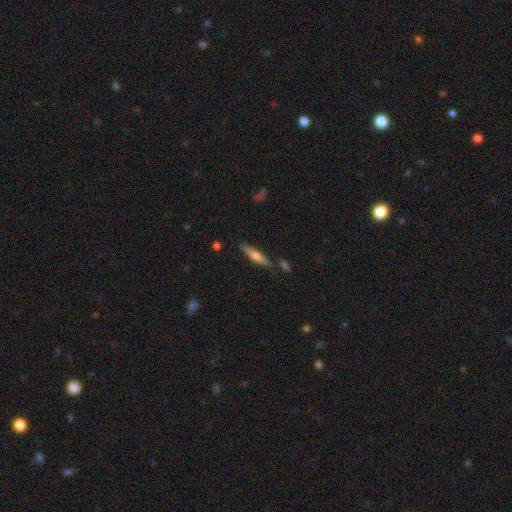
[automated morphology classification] smooth 50%, featured or disk 44%, star or artifact 6%. Down the decision tree: how rounded — cigar-shaped (86%); merging — none (81%).